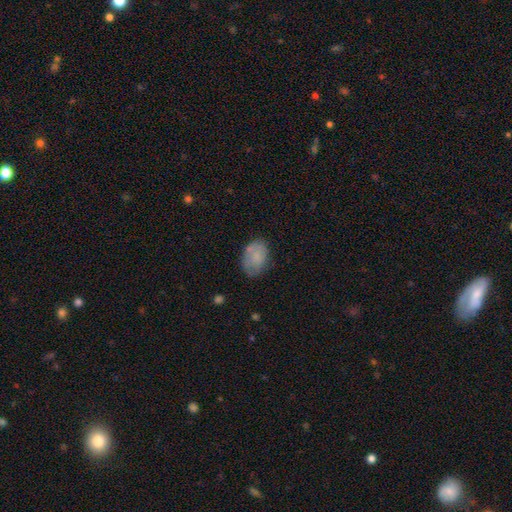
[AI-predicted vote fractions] A smooth galaxy with no disk features (75%) that is in between round and cigar-shaped (84%).

Vote fractions:
- Smooth or featured? smooth: 75% / featured or disk: 18% / star or artifact: 7%
- How rounded? in between: 84% / round: 14% / cigar-shaped: 1%
- Merging? none: 65% / minor disturbance: 25% / major disturbance: 7% / merger: 3%